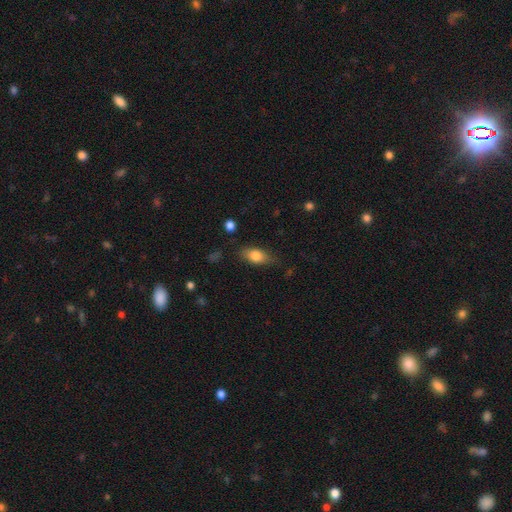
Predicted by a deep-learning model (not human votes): Smooth or featured? smooth (78%)
How rounded? in between (82%)
Merging? none (78%)